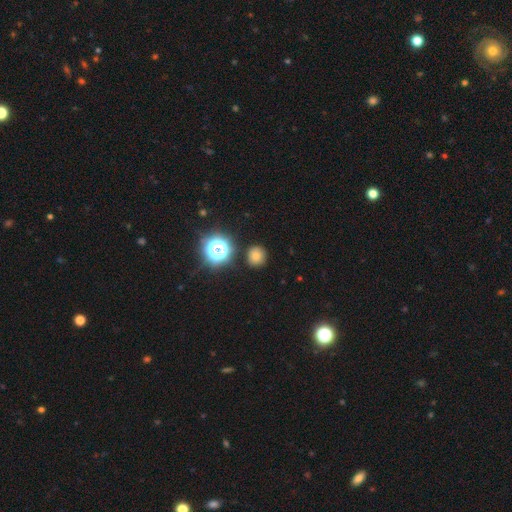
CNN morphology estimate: The model was most divided on "smooth or featured": smooth: 73%, star or artifact: 20%, featured or disk: 7%. More confident: how rounded — round (90%); merging — none (86%).